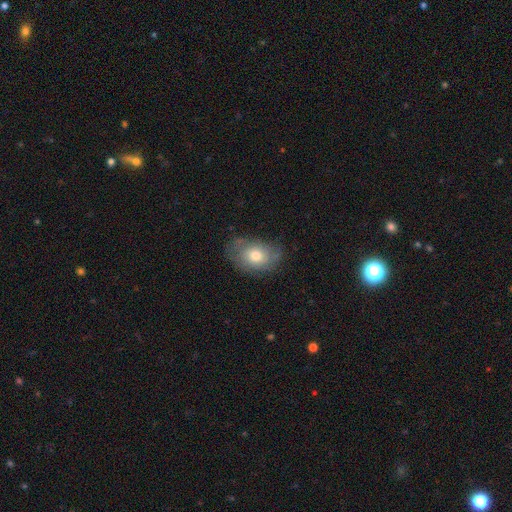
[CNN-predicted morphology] smooth_or_featured: smooth (p=0.62) [alt: featured or disk p=0.29]
how_rounded: in between (p=0.76) [alt: round p=0.23]
merging: none (p=0.64) [alt: minor disturbance p=0.25]